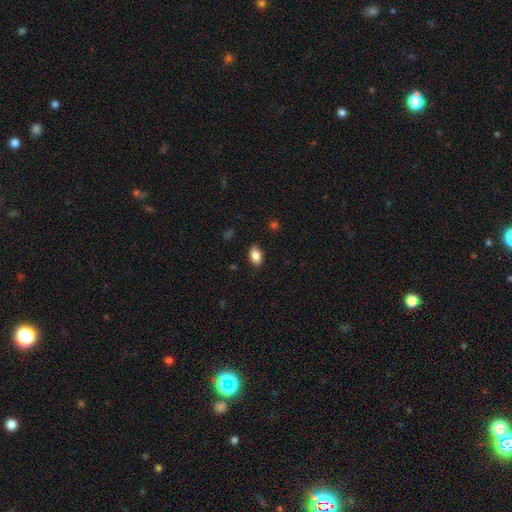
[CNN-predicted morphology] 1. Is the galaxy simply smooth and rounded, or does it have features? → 84% smooth, 8% featured or disk, 8% star or artifact.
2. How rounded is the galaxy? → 88% in between, 9% round, 3% cigar-shaped.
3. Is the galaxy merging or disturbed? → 87% none, 10% minor disturbance, 2% major disturbance, 1% merger.